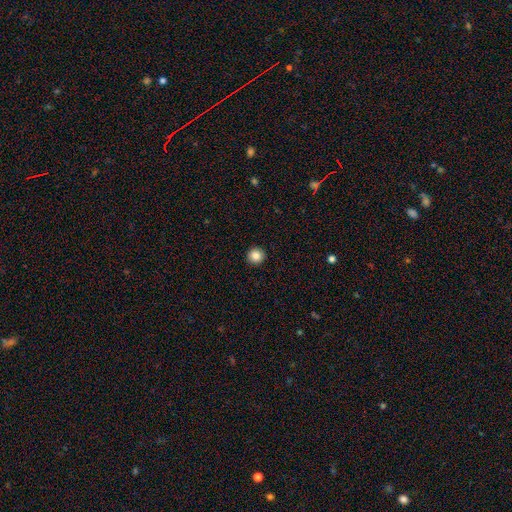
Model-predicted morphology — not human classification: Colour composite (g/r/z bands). It shows a smooth galaxy with no disk features (85%) that is round (95%). Merging: none (93%).